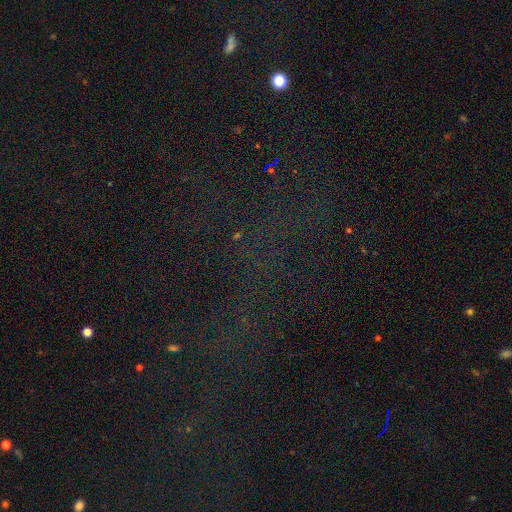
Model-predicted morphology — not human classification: This appears to be a star or artifact, not a galaxy (71%).